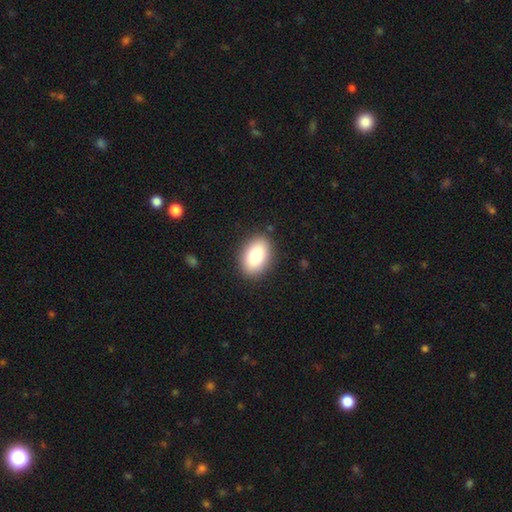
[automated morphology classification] smooth_or_featured: smooth (p=0.84) [alt: featured or disk p=0.08]
how_rounded: in between (p=0.88) [alt: round p=0.10]
merging: none (p=0.87) [alt: minor disturbance p=0.09]